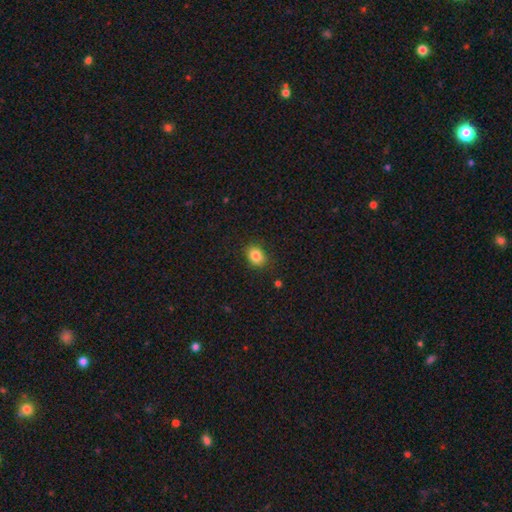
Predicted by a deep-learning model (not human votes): smooth-or-featured: smooth: 84% | star or artifact: 10% | featured or disk: 6%
  how-rounded: in between: 56% | round: 43% | cigar-shaped: 1%
  merging: none: 85% | minor disturbance: 11% | major disturbance: 3% | merger: 1%